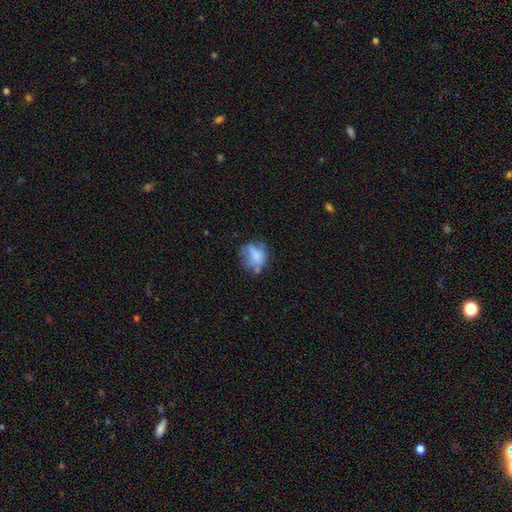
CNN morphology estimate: This appears to be a smooth galaxy with no disk features (58%) that is round (49%). Merging: none (42%).